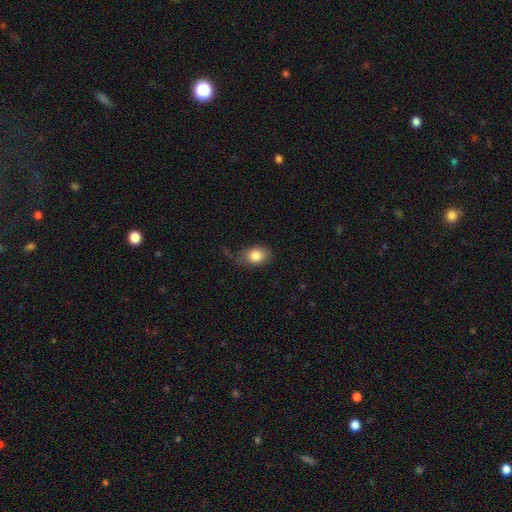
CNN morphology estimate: Smooth or featured? Predicted: smooth (p=0.83). How rounded? Predicted: in between (p=0.70). Merging? Predicted: none (p=0.62).